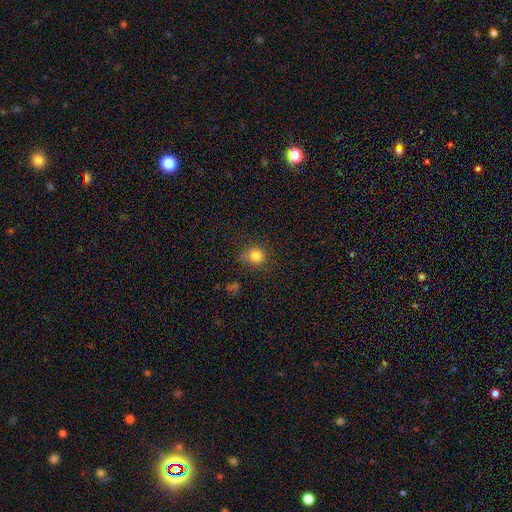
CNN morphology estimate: Q: Smooth or featured?
A: smooth (83%); runner-up: star or artifact (13%)
Q: How rounded?
A: round (83%); runner-up: in between (16%)
Q: Merging?
A: none (71%); runner-up: minor disturbance (19%)